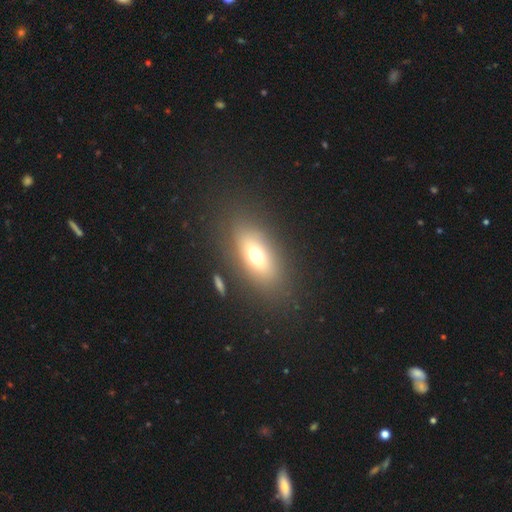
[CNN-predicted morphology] smooth_or_featured: smooth (p=0.63) [alt: featured or disk p=0.26]
how_rounded: in between (p=0.78) [alt: cigar-shaped p=0.13]
merging: none (p=0.80) [alt: minor disturbance p=0.11]